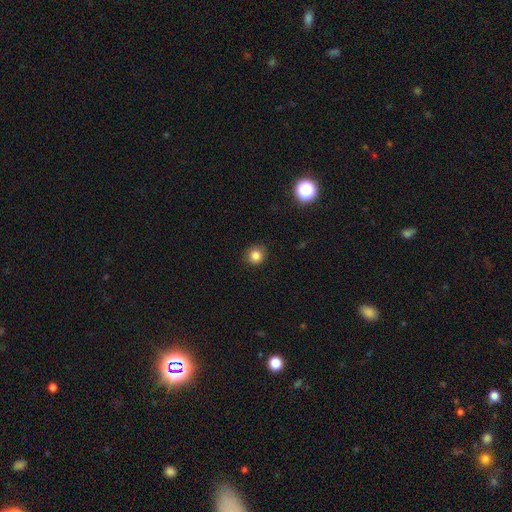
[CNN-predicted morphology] type=smooth (83%); roundness=round (91%); merging=none (89%).